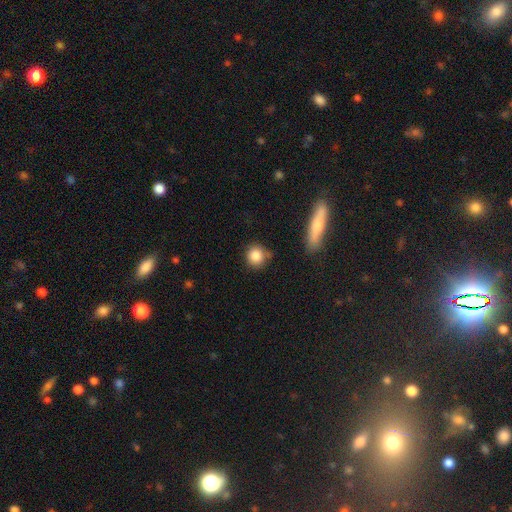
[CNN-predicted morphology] This appears to be a smooth galaxy with no disk features (84%) that is round (87%). Merging: none (73%).